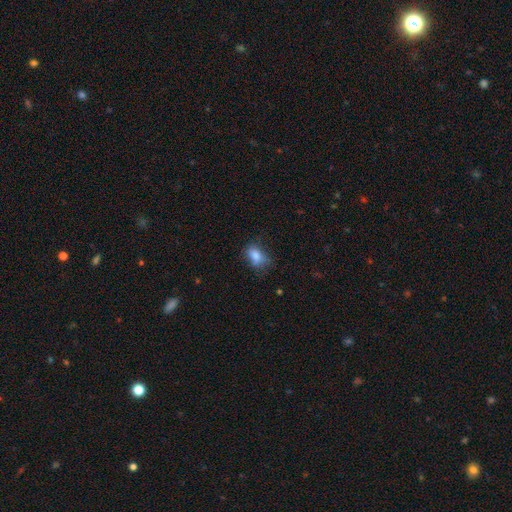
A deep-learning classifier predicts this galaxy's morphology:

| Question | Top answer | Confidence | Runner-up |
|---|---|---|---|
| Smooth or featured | smooth | 78% | featured or disk (11%) |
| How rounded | in between | 80% | round (18%) |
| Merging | none | 54% | minor disturbance (28%) |